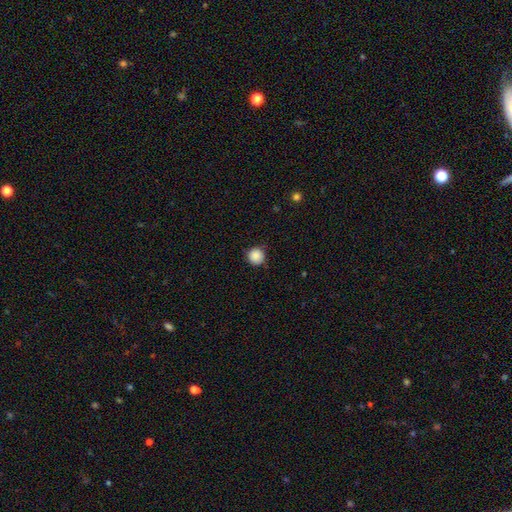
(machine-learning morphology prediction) The model was most divided on "merging": none: 82%, minor disturbance: 14%, major disturbance: 3%, merger: 1%. More confident: how rounded — round (95%); smooth or featured — smooth (87%).